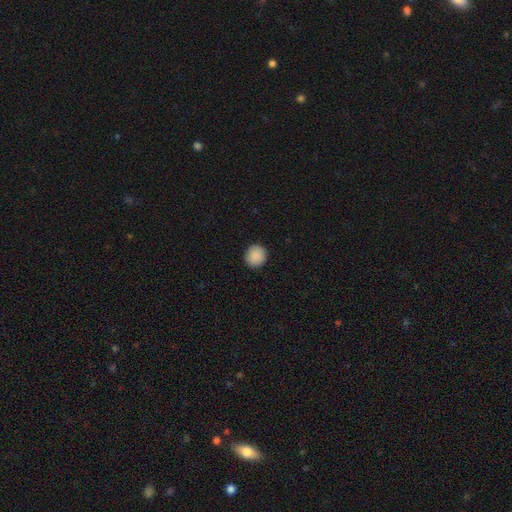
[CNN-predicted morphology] The model was most divided on "smooth or featured": smooth: 90%, star or artifact: 8%, featured or disk: 3%. More confident: how rounded — round (94%); merging — none (93%).